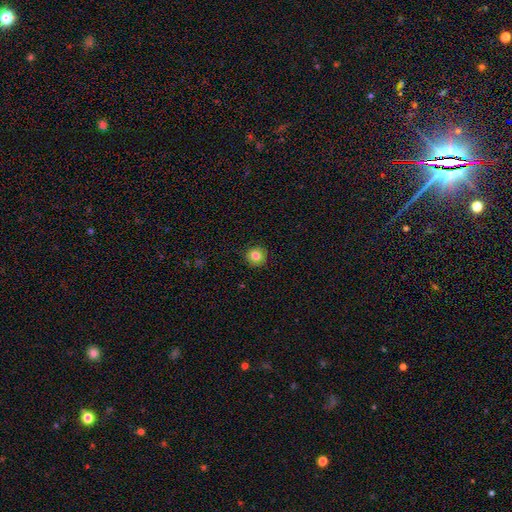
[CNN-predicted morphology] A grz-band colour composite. It shows a smooth galaxy with no disk features (83%) that is round (93%). Merging: none (90%).